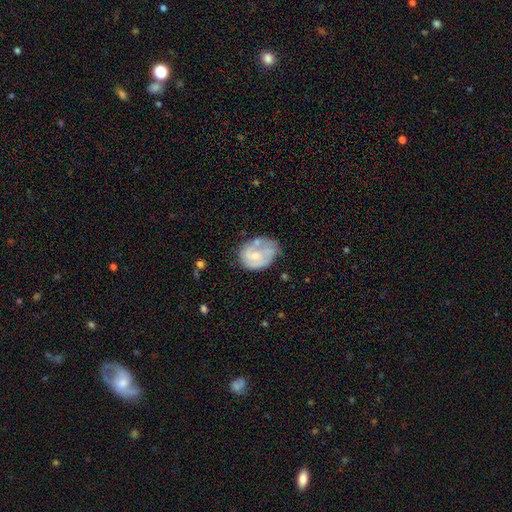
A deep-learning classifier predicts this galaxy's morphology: This appears to be a featured or disk galaxy (52%) with no bar (70%), spiral arms (54%) and a small central bulge (51%). Merging: none (42%).